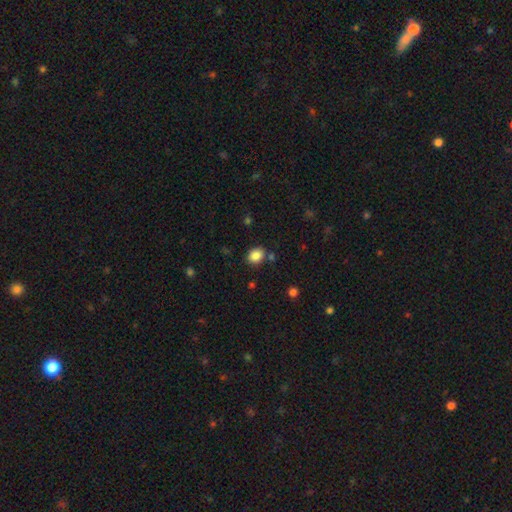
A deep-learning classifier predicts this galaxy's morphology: This appears to be a smooth galaxy with no disk features (86%) that is in between round and cigar-shaped (53%). Merging: none (80%).